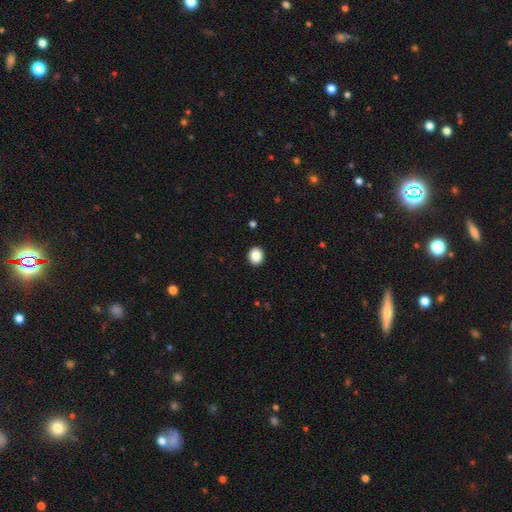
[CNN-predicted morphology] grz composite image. It shows a smooth galaxy with no disk features (88%) that is round (66%). Merging: none (92%).